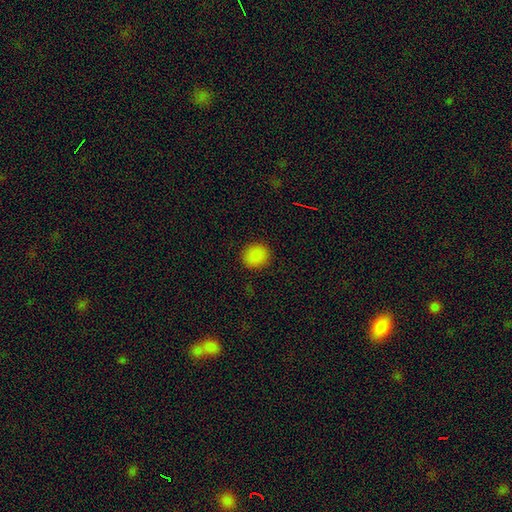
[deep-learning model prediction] Smooth or featured?
  - smooth: 86% *
  - star or artifact: 11%
  - featured or disk: 3%
How rounded?
  - round: 81% *
  - in between: 18%
  - cigar-shaped: 1%
Merging?
  - none: 90% *
  - minor disturbance: 7%
  - major disturbance: 2%
  - merger: 1%